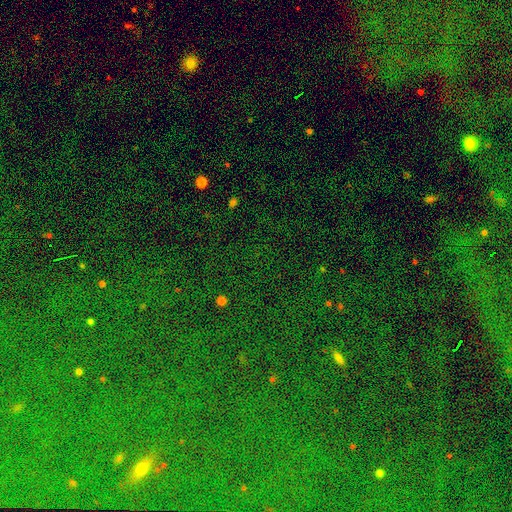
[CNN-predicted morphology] type=star or artifact (81%).